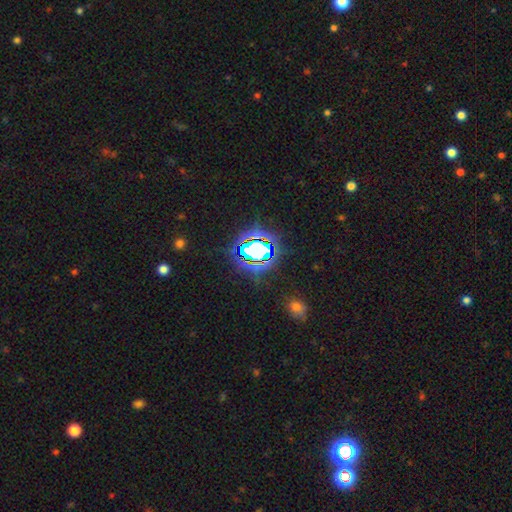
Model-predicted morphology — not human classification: Smooth or featured? Predicted: star or artifact (p=0.77).